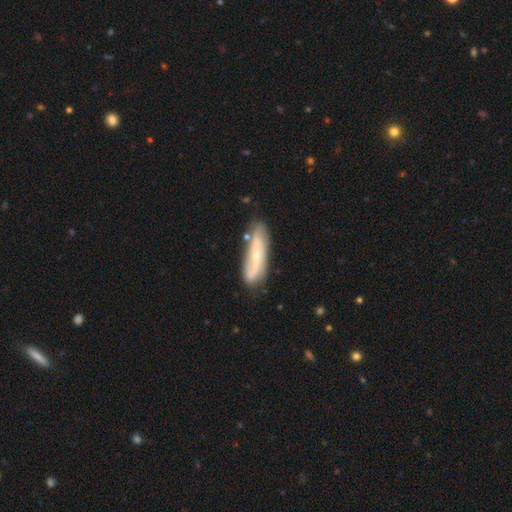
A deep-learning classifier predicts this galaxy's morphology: This is likely a featured or disk galaxy (64%). It is likely not viewed edge-on (69%). Merging: likely none (72%).